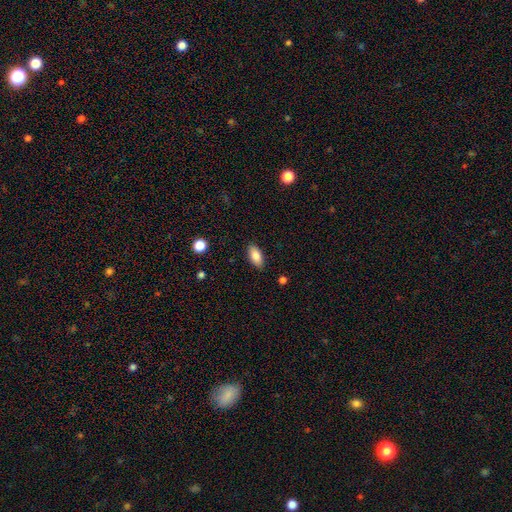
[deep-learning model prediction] Smooth or featured?
  - smooth: 84% *
  - featured or disk: 9%
  - star or artifact: 7%
How rounded?
  - in between: 89% *
  - cigar-shaped: 8%
  - round: 3%
Merging?
  - none: 88% *
  - minor disturbance: 9%
  - major disturbance: 2%
  - merger: 1%